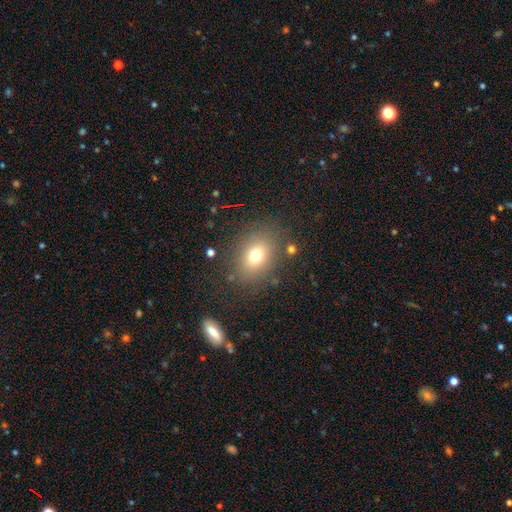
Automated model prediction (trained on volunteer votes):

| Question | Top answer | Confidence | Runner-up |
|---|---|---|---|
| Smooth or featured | smooth | 72% | star or artifact (15%) |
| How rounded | in between | 59% | round (40%) |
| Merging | none | 80% | minor disturbance (11%) |